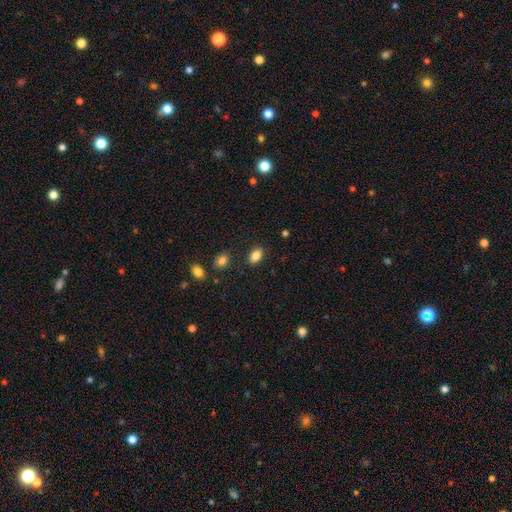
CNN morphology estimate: smooth 85%, star or artifact 9%, featured or disk 6%. Down the decision tree: how rounded — in between (88%); merging — none (86%).